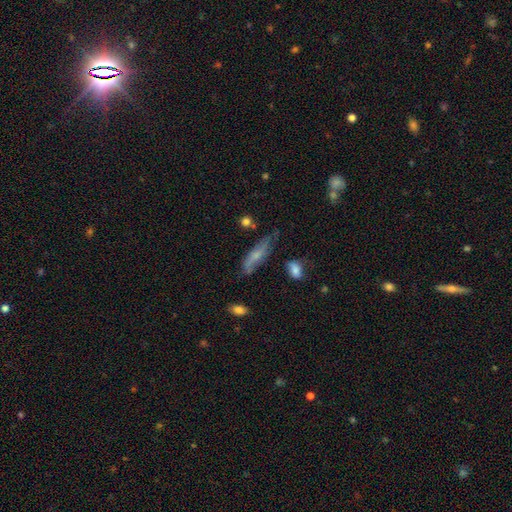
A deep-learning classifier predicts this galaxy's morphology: Overall: smooth (49%; featured or disk 42%). Merging: none (56%; minor disturbance 29%).